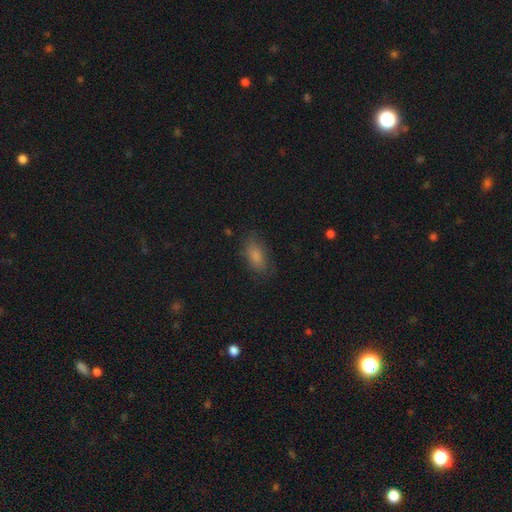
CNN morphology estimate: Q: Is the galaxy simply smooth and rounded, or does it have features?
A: smooth — 82%.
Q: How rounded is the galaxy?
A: in between — 87%.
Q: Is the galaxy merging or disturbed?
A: none — 76%.